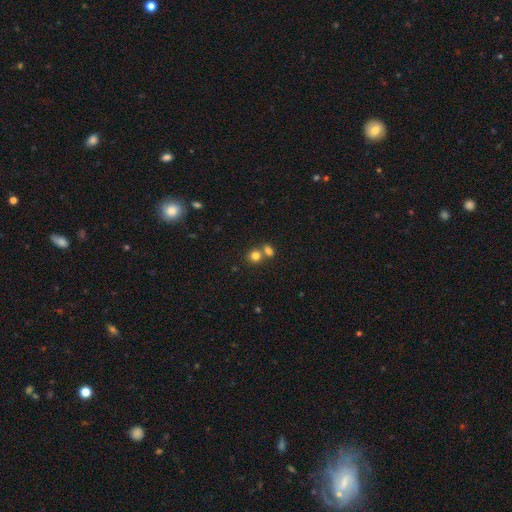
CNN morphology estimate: type=smooth (80%); roundness=round (79%); merging=merger (45%, tied with none).